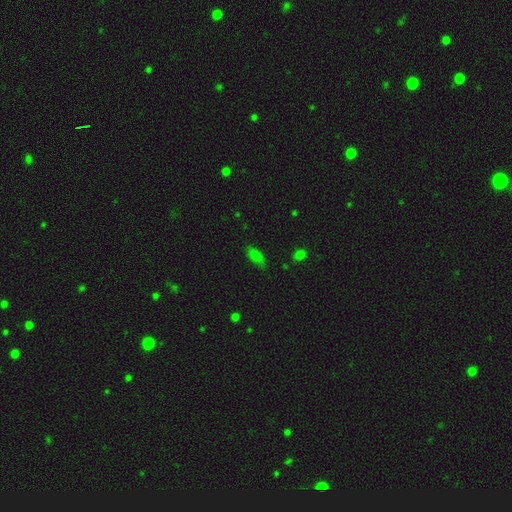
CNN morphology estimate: A smooth galaxy with no disk features (78%) that is in between round and cigar-shaped (80%). Merging: none (74%).